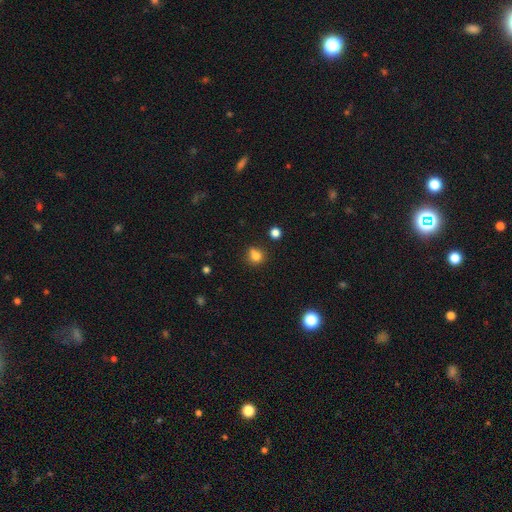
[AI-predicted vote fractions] Smooth or featured: smooth — 79% (star or artifact — 13%)
How rounded: round — 70% (in between — 29%)
Merging: none — 61% (minor disturbance — 22%)